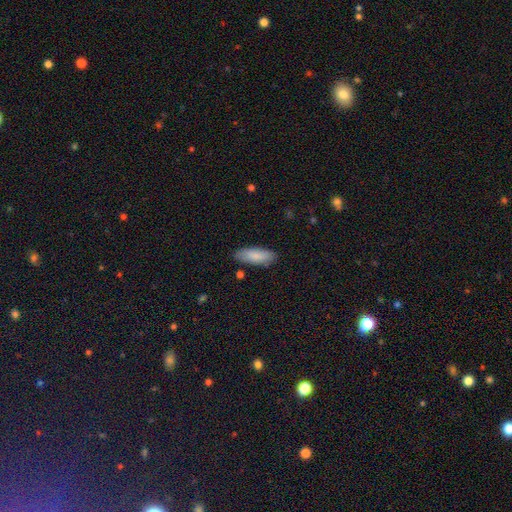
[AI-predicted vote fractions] smooth 85%, featured or disk 9%, star or artifact 6%. Down the decision tree: how rounded — in between (67%); merging — none (85%).